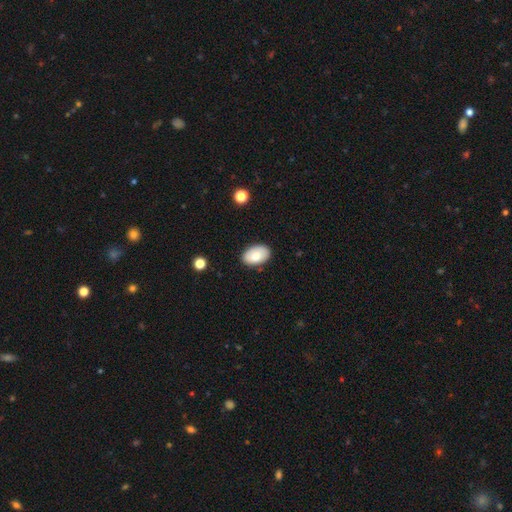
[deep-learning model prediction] A smooth galaxy with no disk features (79%) that is in between round and cigar-shaped (91%).

Vote fractions:
- Smooth or featured? smooth: 79% / featured or disk: 15% / star or artifact: 7%
- How rounded? in between: 91% / round: 8% / cigar-shaped: 1%
- Merging? none: 85% / minor disturbance: 12% / major disturbance: 2% / merger: 1%